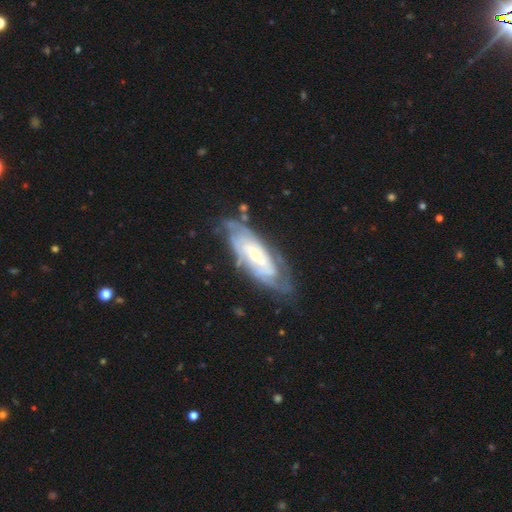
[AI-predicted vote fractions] A featured or disk galaxy (82%) with no bar (62%), tight (71%) spiral arms (92%) and a small central bulge (62%).

Vote fractions:
- Smooth or featured? featured or disk: 82% / smooth: 12% / star or artifact: 5%
- Edge-on disk? no: 88% / yes: 12%
- Bar? no: 62% / weak: 28% / strong: 10%
- Spiral arms? yes: 92% / no: 8%
- Spiral winding? tight: 71% / medium: 24% / loose: 6%
- Spiral arm count? can't tell: 51% / 2: 20% / 3: 12% / 4: 9% / more than 4: 5% / 1: 4%
- Bulge size? small: 62% / moderate: 32% / large: 3% / none: 2% / dominant: 1%
- Merging? none: 69% / minor disturbance: 21% / major disturbance: 8% / merger: 3%